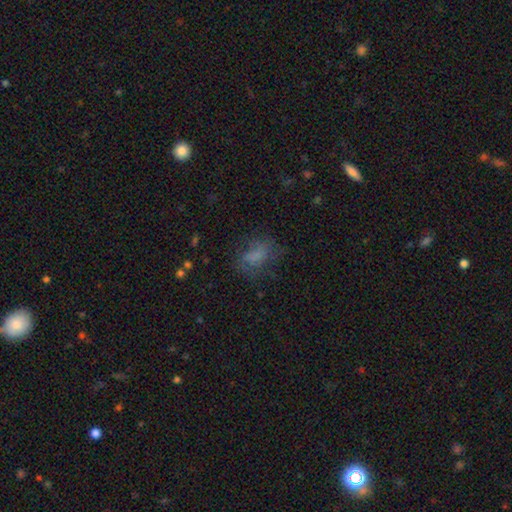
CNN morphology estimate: smooth_or_featured: smooth (p=0.65) [alt: featured or disk p=0.20]
how_rounded: in between (p=0.80) [alt: round p=0.16]
merging: none (p=0.55) [alt: minor disturbance p=0.22]